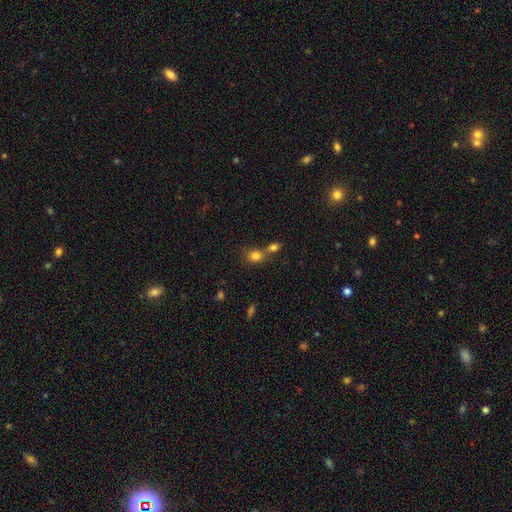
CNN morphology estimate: A smooth galaxy with no disk features (80%) that is round (60%).

Vote fractions:
- Smooth or featured? smooth: 80% / star or artifact: 12% / featured or disk: 8%
- How rounded? round: 60% / in between: 39% / cigar-shaped: 2%
- Merging? merger: 47% / none: 40% / minor disturbance: 9% / major disturbance: 4%